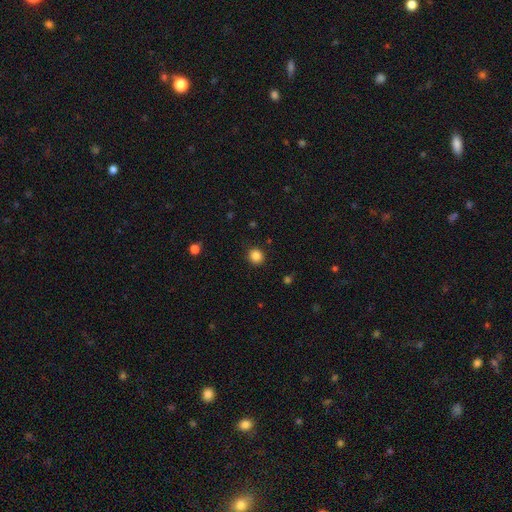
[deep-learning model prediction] smooth-or-featured: smooth: 85% | star or artifact: 11% | featured or disk: 4%
  how-rounded: round: 88% | in between: 11% | cigar-shaped: 1%
  merging: none: 90% | minor disturbance: 7% | major disturbance: 2% | merger: 1%